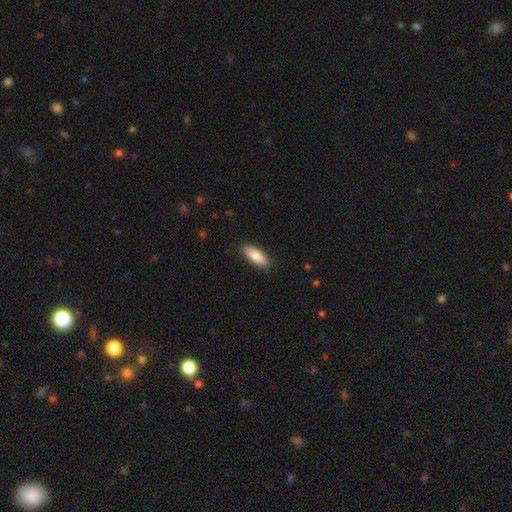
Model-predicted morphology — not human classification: Overall: smooth (83%). How rounded: in between (74%). Merging: none (88%).